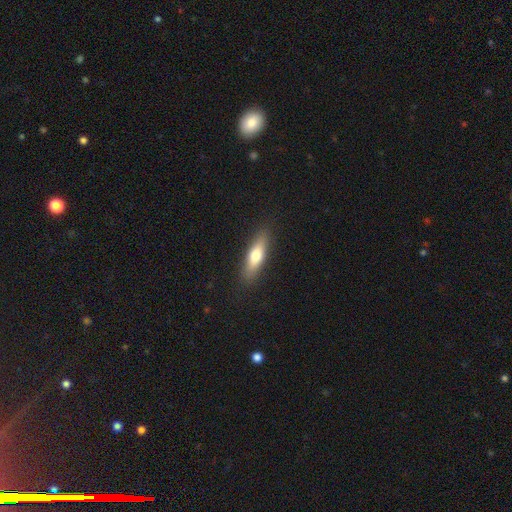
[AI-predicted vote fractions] Smooth or featured?
  - smooth: 66% *
  - featured or disk: 28%
  - star or artifact: 6%
How rounded?
  - cigar-shaped: 59% *
  - in between: 39%
  - round: 2%
Merging?
  - none: 87% *
  - minor disturbance: 9%
  - major disturbance: 2%
  - merger: 1%